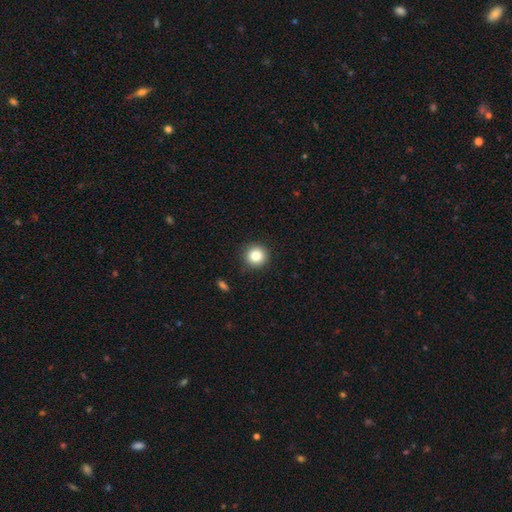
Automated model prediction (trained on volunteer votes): smooth_or_featured: smooth (p=0.84) [alt: star or artifact p=0.10]
how_rounded: round (p=0.95) [alt: in between p=0.04]
merging: none (p=0.91) [alt: minor disturbance p=0.06]